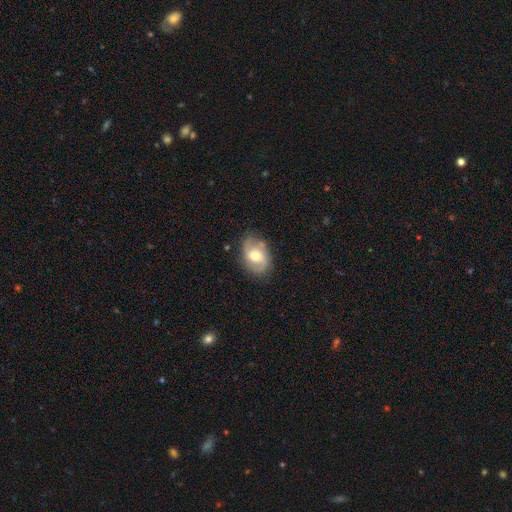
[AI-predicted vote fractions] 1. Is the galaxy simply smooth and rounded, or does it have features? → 62% featured or disk, 30% smooth, 7% star or artifact.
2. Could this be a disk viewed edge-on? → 96% no, 4% yes.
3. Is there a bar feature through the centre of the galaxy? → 58% no, 34% weak, 8% strong.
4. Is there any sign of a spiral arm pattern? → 84% yes, 16% no.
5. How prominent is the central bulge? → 69% moderate, 22% small, 7% large, 1% none, 1% dominant.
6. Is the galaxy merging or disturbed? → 72% none, 20% minor disturbance, 6% major disturbance, 2% merger.